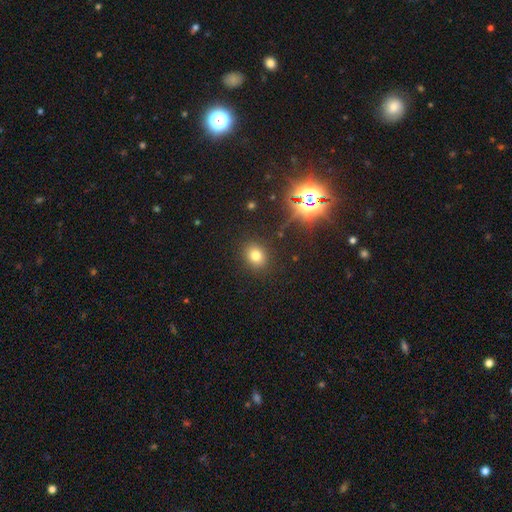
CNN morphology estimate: type=smooth (75%); roundness=round (61%); merging=none (88%).